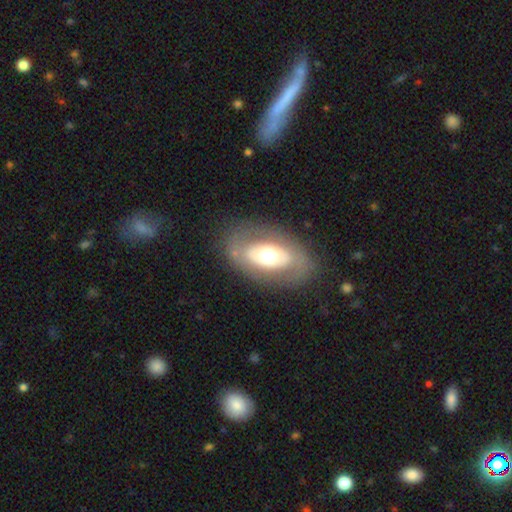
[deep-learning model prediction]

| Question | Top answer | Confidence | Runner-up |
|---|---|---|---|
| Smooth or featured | featured or disk | 59% | smooth (35%) |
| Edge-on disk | no | 91% | yes (9%) |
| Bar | no | 69% | weak (19%) |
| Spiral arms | no | 63% | yes (37%) |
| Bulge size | moderate | 65% | large (20%) |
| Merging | none | 79% | minor disturbance (13%) |